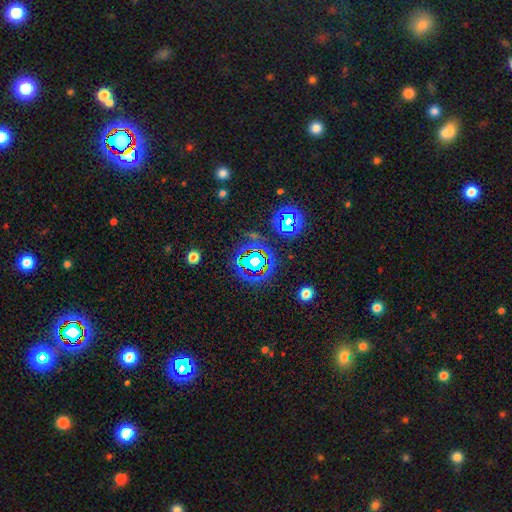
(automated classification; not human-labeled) This appears to be a star or artifact, not a galaxy (74%).